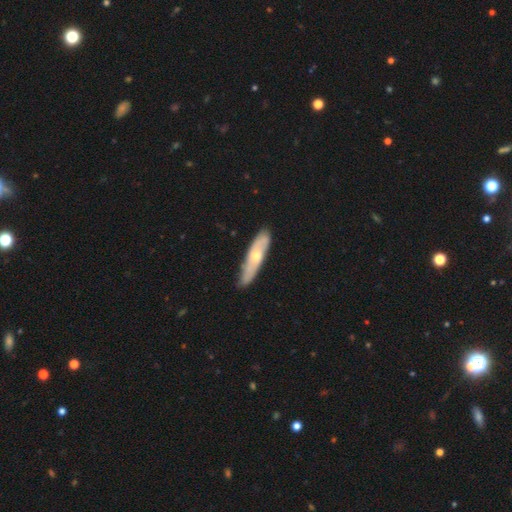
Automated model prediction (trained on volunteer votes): This appears to be a featured or disk galaxy (49%). Merging: none (74%).